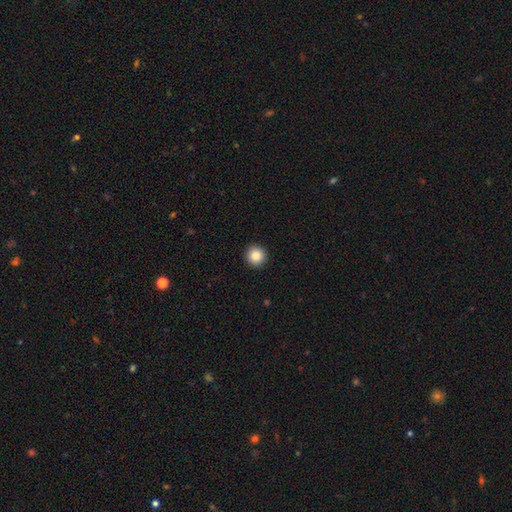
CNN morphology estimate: This is clearly a smooth galaxy (85%). How rounded: clearly round (96%). Merging: clearly none (93%).